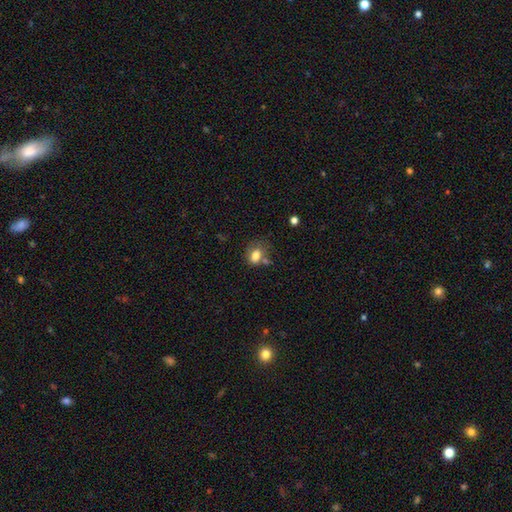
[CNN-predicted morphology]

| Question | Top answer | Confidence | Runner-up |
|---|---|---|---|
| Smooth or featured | smooth | 77% | featured or disk (12%) |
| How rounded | in between | 67% | round (32%) |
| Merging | none | 43% | minor disturbance (24%) |